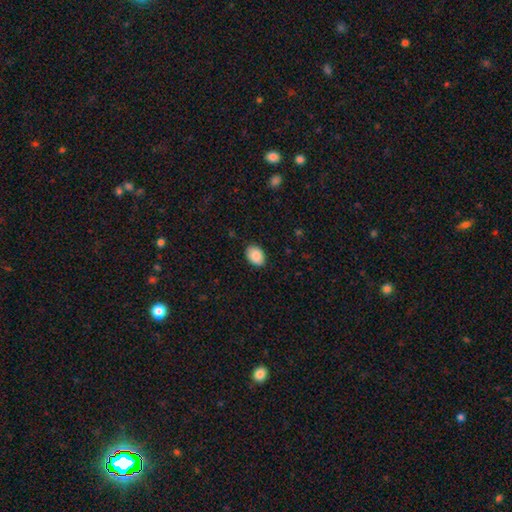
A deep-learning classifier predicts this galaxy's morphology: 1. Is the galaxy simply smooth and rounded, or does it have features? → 89% smooth, 7% star or artifact, 4% featured or disk.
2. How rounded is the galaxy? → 79% in between, 20% round, 1% cigar-shaped.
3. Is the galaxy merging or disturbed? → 87% none, 10% minor disturbance, 2% major disturbance, 1% merger.